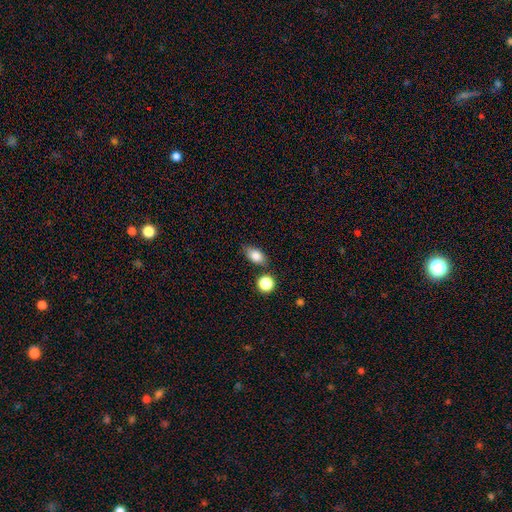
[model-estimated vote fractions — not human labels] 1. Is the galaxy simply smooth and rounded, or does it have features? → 82% smooth, 9% star or artifact, 9% featured or disk.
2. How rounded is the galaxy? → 84% in between, 12% round, 4% cigar-shaped.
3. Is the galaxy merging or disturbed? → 76% none, 14% minor disturbance, 8% merger, 3% major disturbance.